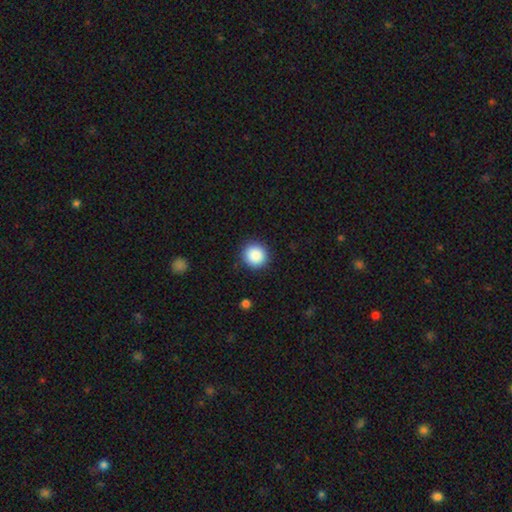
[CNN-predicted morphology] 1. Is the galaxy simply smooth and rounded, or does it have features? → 88% smooth, 9% star or artifact, 3% featured or disk.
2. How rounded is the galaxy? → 94% round, 5% in between, 1% cigar-shaped.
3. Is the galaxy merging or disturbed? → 91% none, 6% minor disturbance, 2% major disturbance, 1% merger.